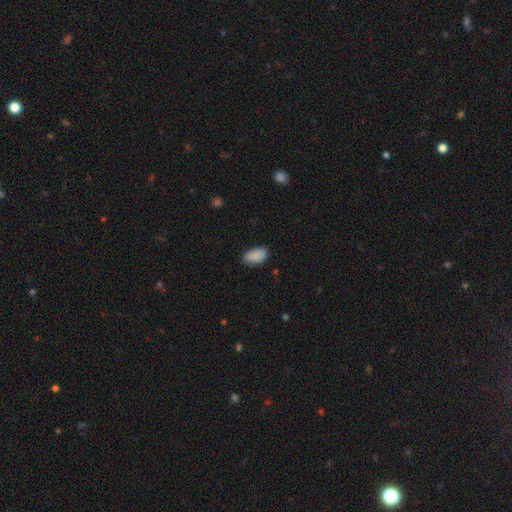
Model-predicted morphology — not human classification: The model was most divided on "merging": none: 82%, minor disturbance: 14%, major disturbance: 3%, merger: 1%. More confident: how rounded — in between (94%); smooth or featured — smooth (89%).